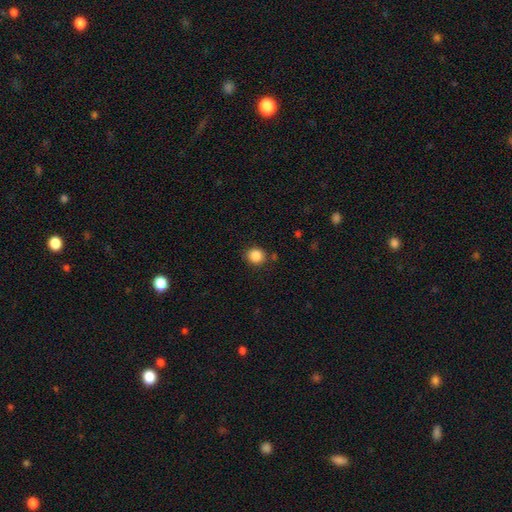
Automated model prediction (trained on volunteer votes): The model was most divided on "how rounded": round: 84%, in between: 15%, cigar-shaped: 1%. More confident: smooth or featured — smooth (87%); merging — none (85%).